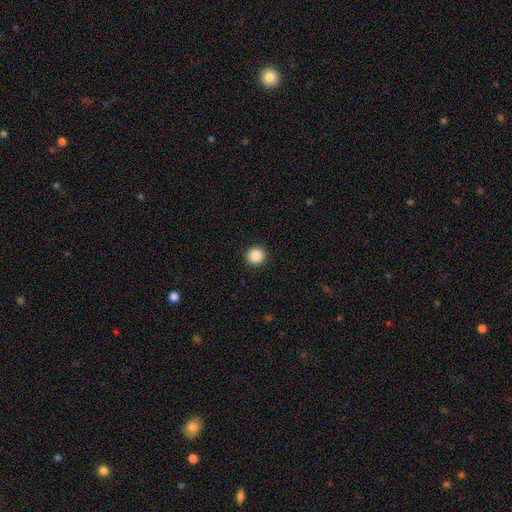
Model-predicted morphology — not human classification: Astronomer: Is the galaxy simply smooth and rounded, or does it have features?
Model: smooth — 88%.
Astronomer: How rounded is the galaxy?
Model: round — 96%.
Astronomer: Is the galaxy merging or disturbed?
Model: none — 93%.